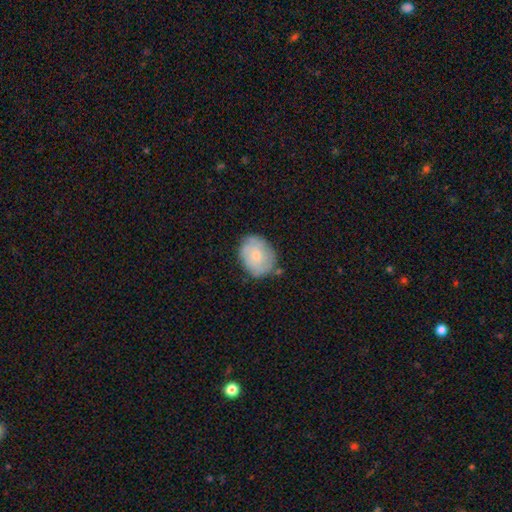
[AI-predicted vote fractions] Smooth or featured: smooth — 50% (featured or disk — 43%)
How rounded: round — 50% (in between — 49%)
Merging: none — 72% (minor disturbance — 20%)